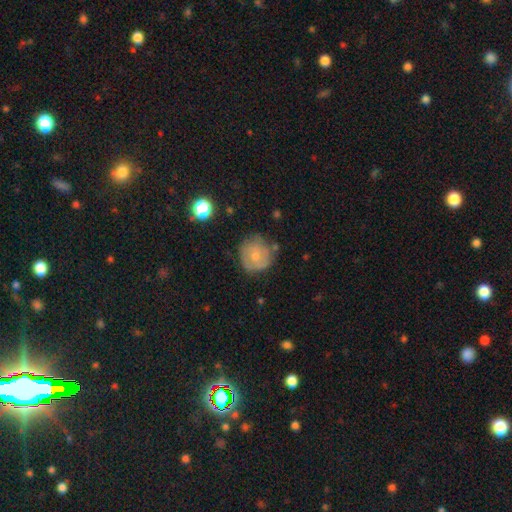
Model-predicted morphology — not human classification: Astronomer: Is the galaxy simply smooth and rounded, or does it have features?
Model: smooth — 53% (runner-up: featured or disk, 40%).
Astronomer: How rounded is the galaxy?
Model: round — 88%.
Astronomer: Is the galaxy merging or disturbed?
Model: none — 65%.